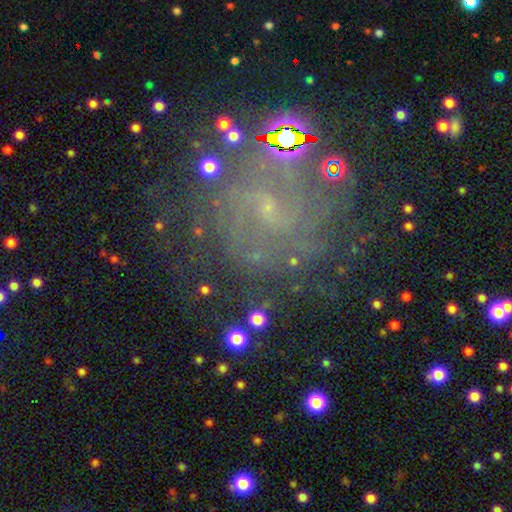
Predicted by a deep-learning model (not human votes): This is likely a featured or disk galaxy (72%). It is clearly not viewed edge-on (97%). Bar: marginally weak (45%). Spiral arm pattern: clearly yes (89%). Spiral arm count: marginally can't tell (41%). Spiral winding: possibly tight (53%). Central bulge: likely small (75%). Merging: likely none (70%).